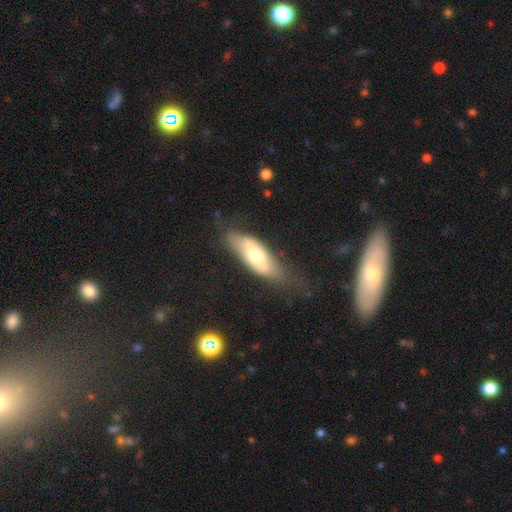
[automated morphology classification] Smooth or featured?
  - smooth: 58% *
  - featured or disk: 36%
  - star or artifact: 6%
How rounded?
  - in between: 65% *
  - cigar-shaped: 33%
  - round: 2%
Merging?
  - none: 57% *
  - minor disturbance: 27%
  - major disturbance: 13%
  - merger: 2%